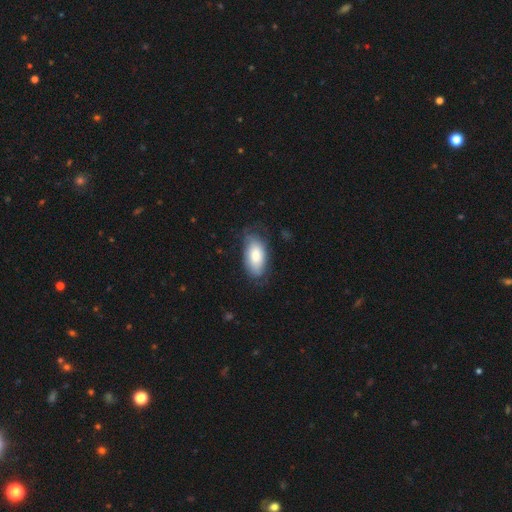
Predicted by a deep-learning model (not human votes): Overall: smooth (76%). How rounded: in between (94%). Merging: none (64%; minor disturbance 26%).